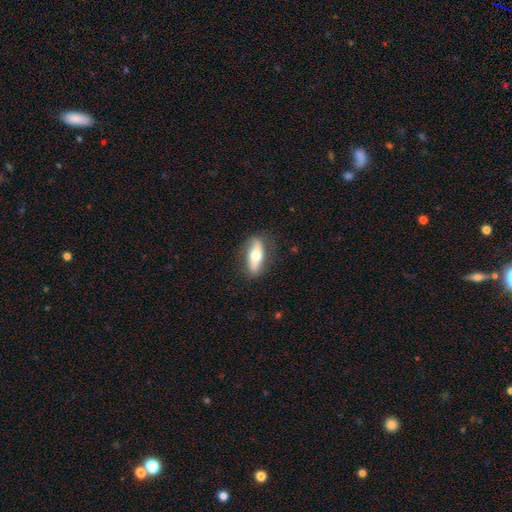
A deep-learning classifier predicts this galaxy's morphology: smooth 51%, featured or disk 44%, star or artifact 6%. Down the decision tree: how rounded — in between (62%); merging — none (82%).